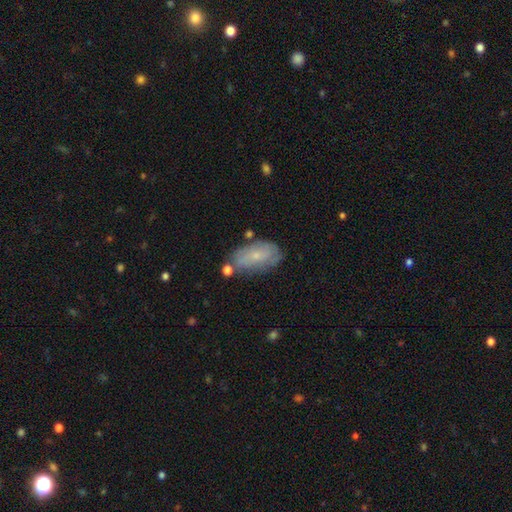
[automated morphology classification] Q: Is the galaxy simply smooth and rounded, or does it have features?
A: smooth — 50%.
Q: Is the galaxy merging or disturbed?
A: none — 62%.